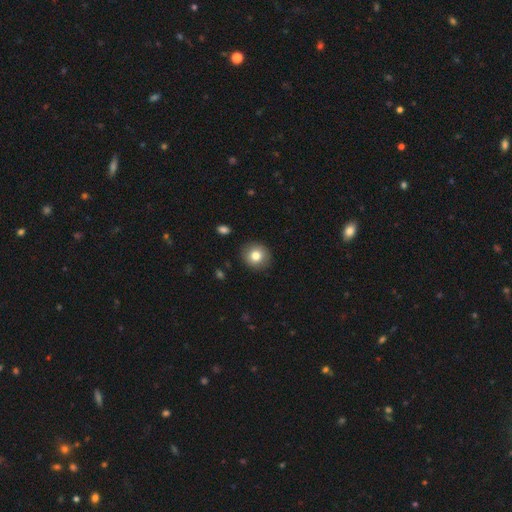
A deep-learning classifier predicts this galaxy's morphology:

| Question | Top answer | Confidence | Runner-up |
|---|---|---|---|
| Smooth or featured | smooth | 81% | featured or disk (10%) |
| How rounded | round | 87% | in between (12%) |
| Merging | none | 90% | minor disturbance (7%) |